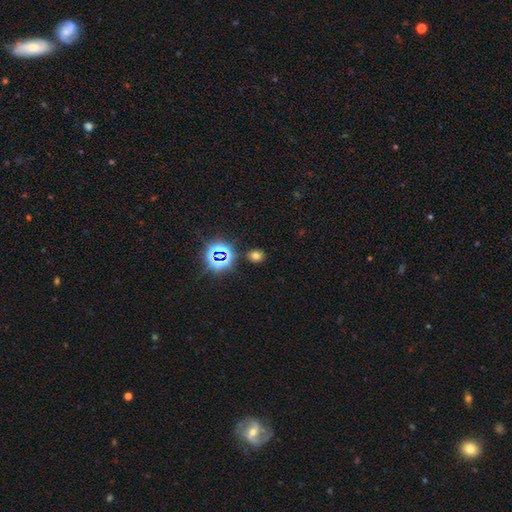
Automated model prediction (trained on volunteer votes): Smooth or featured? Predicted: smooth (p=0.64). How rounded? Predicted: round (p=0.63). Merging? Predicted: none (p=0.86).